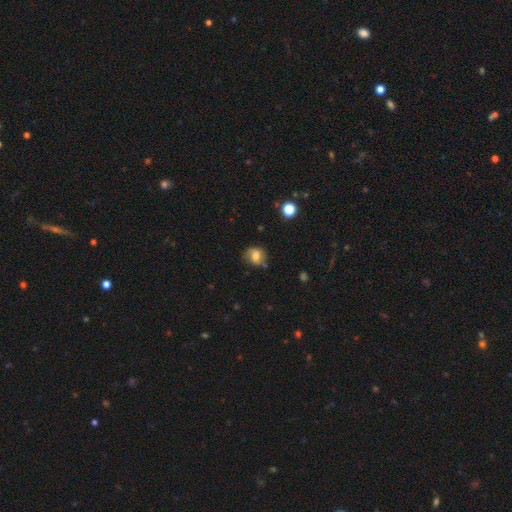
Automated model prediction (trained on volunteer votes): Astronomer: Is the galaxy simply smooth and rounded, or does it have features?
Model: smooth — 56% (runner-up: featured or disk, 34%).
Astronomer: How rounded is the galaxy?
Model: round — 61% (runner-up: in between, 37%).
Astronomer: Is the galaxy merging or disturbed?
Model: none — 63%.